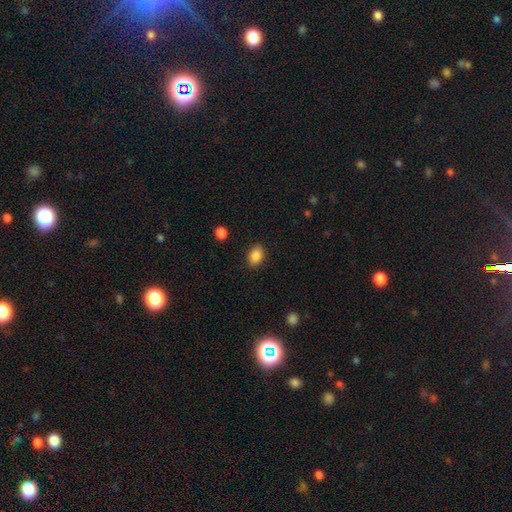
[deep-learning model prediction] Smooth or featured: smooth — 88% (star or artifact — 8%)
How rounded: in between — 81% (round — 18%)
Merging: none — 88% (minor disturbance — 8%)